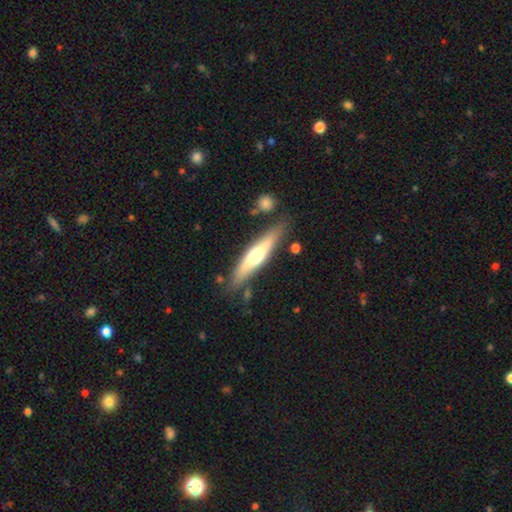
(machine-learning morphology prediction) smooth-or-featured: featured or disk: 50% | smooth: 45% | star or artifact: 5%
  merging: none: 80% | minor disturbance: 13% | merger: 4% | major disturbance: 3%